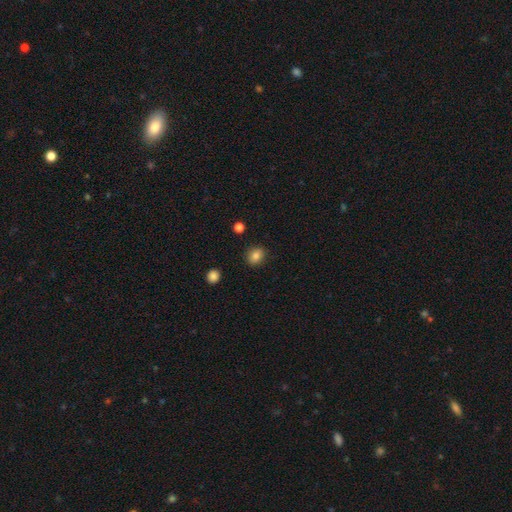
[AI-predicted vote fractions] Smooth or featured: smooth — 84% (star or artifact — 10%)
How rounded: round — 55% (in between — 44%)
Merging: none — 88% (minor disturbance — 9%)